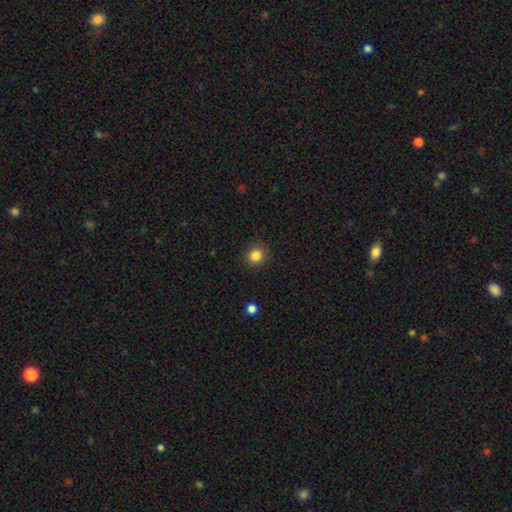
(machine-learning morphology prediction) Q: Smooth or featured?
A: smooth (85%); runner-up: star or artifact (11%)
Q: How rounded?
A: round (88%); runner-up: in between (11%)
Q: Merging?
A: none (90%); runner-up: minor disturbance (7%)